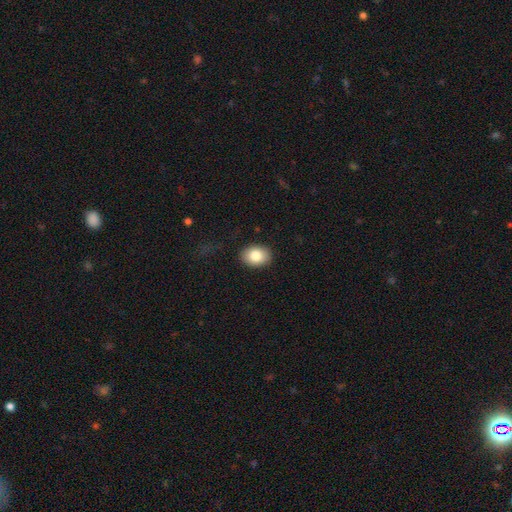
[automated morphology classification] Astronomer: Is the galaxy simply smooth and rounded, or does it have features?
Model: smooth — 83%.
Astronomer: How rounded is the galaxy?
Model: in between — 67%.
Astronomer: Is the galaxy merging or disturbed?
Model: none — 89%.